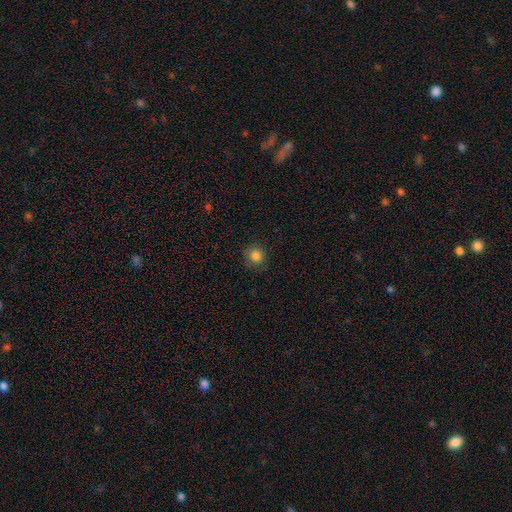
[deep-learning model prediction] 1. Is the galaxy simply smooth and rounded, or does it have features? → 83% smooth, 12% star or artifact, 6% featured or disk.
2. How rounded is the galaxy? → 89% round, 10% in between, 1% cigar-shaped.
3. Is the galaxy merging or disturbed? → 82% none, 13% minor disturbance, 4% major disturbance, 1% merger.